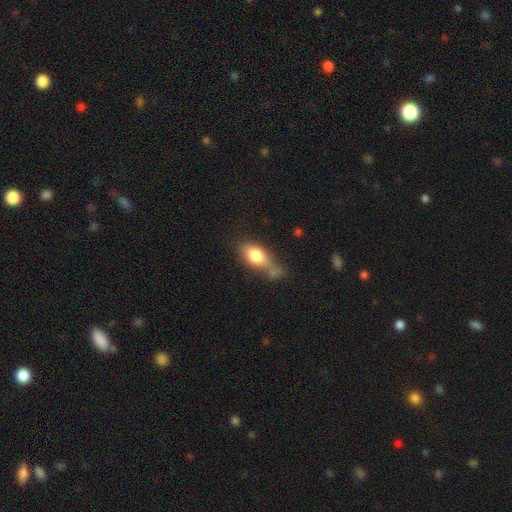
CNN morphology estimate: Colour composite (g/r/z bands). It shows a smooth galaxy with no disk features (77%) that is in between round and cigar-shaped (81%). Merging: none (33%).